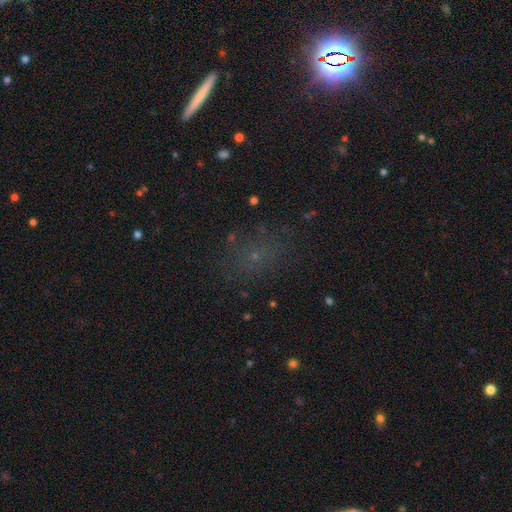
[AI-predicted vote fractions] smooth_or_featured: smooth (p=0.44) [alt: star or artifact p=0.37]
merging: none (p=0.74) [alt: minor disturbance p=0.15]